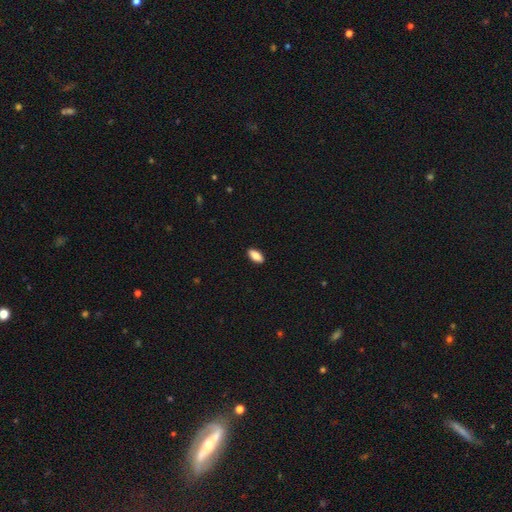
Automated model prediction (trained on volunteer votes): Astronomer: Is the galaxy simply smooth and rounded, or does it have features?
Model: smooth — 85%.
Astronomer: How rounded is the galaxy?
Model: in between — 88%.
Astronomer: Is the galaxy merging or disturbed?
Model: none — 90%.